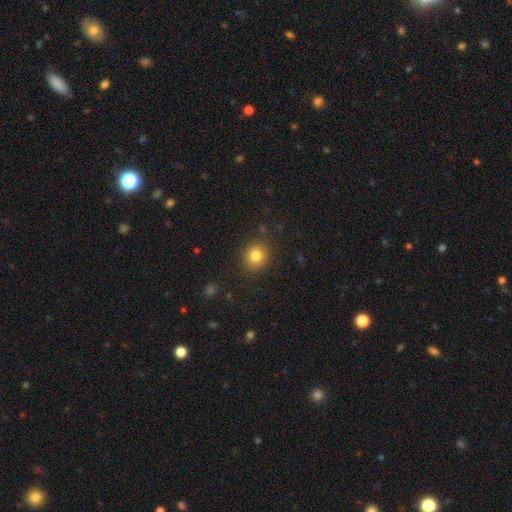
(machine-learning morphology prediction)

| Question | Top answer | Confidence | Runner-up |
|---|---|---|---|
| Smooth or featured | smooth | 81% | star or artifact (12%) |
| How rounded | round | 81% | in between (18%) |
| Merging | none | 87% | minor disturbance (8%) |